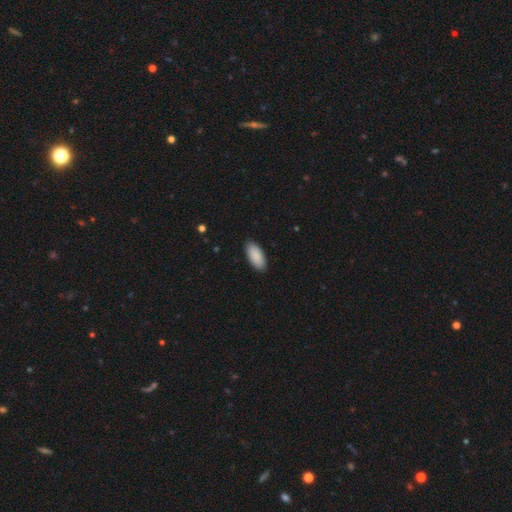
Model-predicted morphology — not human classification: Smooth or featured? smooth (91%)
How rounded? in between (91%)
Merging? none (89%)